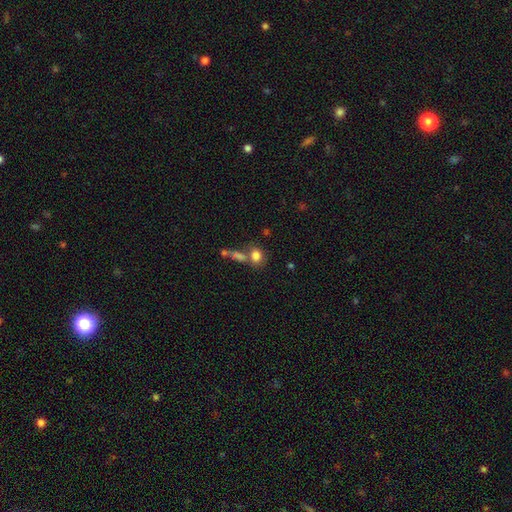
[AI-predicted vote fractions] smooth 78%, star or artifact 11%, featured or disk 11%. Down the decision tree: how rounded — round (55%); merging — none (44%).